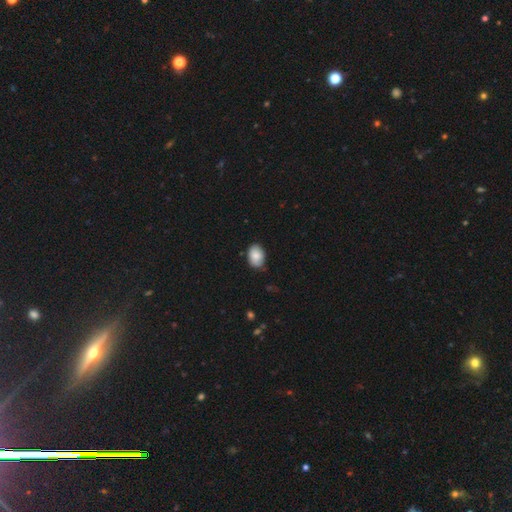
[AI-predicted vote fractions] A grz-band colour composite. It shows a smooth galaxy with no disk features (83%) that is in between round and cigar-shaped (83%). Merging: none (77%).